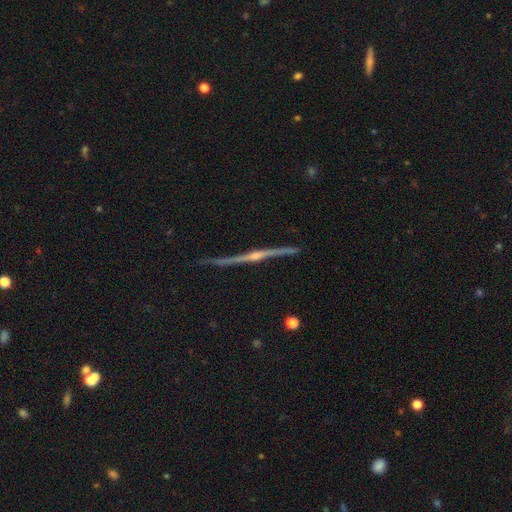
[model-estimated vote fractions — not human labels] Q: Smooth or featured?
A: featured or disk (86%); runner-up: smooth (8%)
Q: Edge-on disk?
A: yes (98%); runner-up: no (2%)
Q: Edge-on bulge?
A: rounded (82%); runner-up: none (12%)
Q: Merging?
A: none (86%); runner-up: minor disturbance (11%)